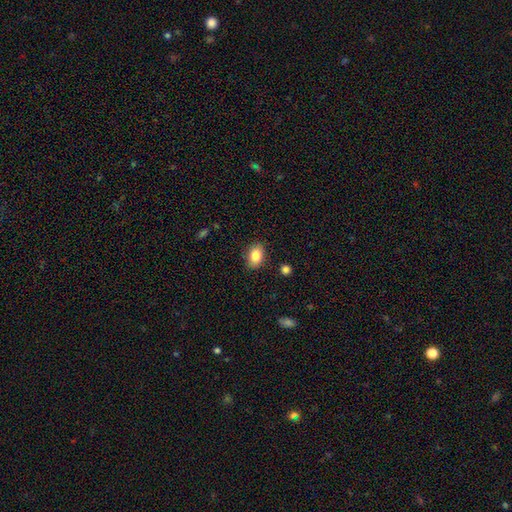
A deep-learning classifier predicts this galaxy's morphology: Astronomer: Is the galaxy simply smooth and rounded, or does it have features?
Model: smooth — 84%.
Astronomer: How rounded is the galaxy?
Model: in between — 80%.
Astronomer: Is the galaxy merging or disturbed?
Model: none — 85%.